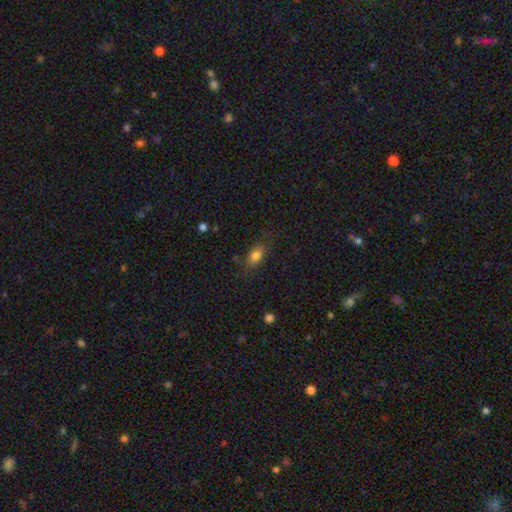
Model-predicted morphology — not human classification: smooth_or_featured: smooth (p=0.80) [alt: star or artifact p=0.10]
how_rounded: in between (p=0.82) [alt: round p=0.11]
merging: none (p=0.76) [alt: minor disturbance p=0.17]